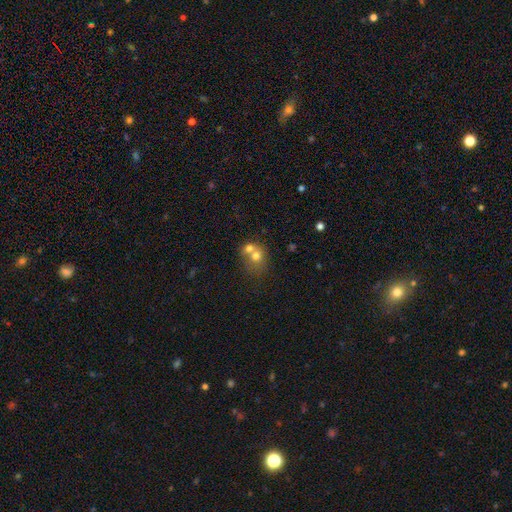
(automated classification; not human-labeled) Smooth or featured?
  - smooth: 65% *
  - featured or disk: 23%
  - star or artifact: 12%
How rounded?
  - round: 66% *
  - in between: 33%
  - cigar-shaped: 1%
Merging?
  - merger: 62% *
  - none: 26%
  - minor disturbance: 7%
  - major disturbance: 4%